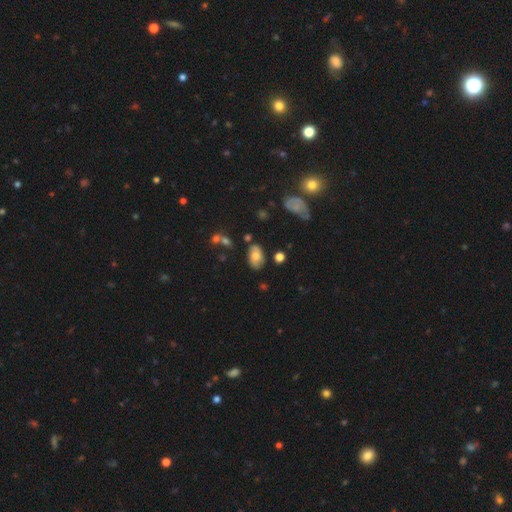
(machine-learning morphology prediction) A smooth galaxy with no disk features (60%) that is in between round and cigar-shaped (91%).

Vote fractions:
- Smooth or featured? smooth: 60% / featured or disk: 30% / star or artifact: 9%
- How rounded? in between: 91% / round: 8% / cigar-shaped: 2%
- Merging? none: 72% / minor disturbance: 19% / major disturbance: 5% / merger: 4%